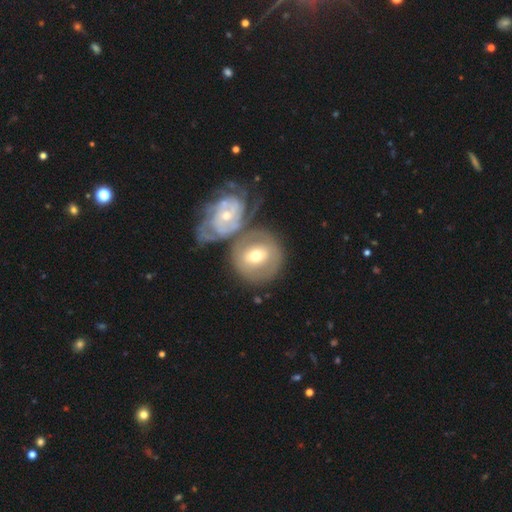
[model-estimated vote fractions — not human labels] A featured or disk galaxy (54%) with no bar (49%), spiral arms (61%) and a moderate central bulge (65%).

Vote fractions:
- Smooth or featured? featured or disk: 54% / smooth: 40% / star or artifact: 6%
- Edge-on disk? no: 94% / yes: 6%
- Bar? no: 49% / weak: 35% / strong: 15%
- Spiral arms? yes: 61% / no: 39%
- Bulge size? moderate: 65% / small: 25% / large: 7% / dominant: 1% / none: 1%
- Merging? none: 44% / merger: 38% / minor disturbance: 12% / major disturbance: 6%